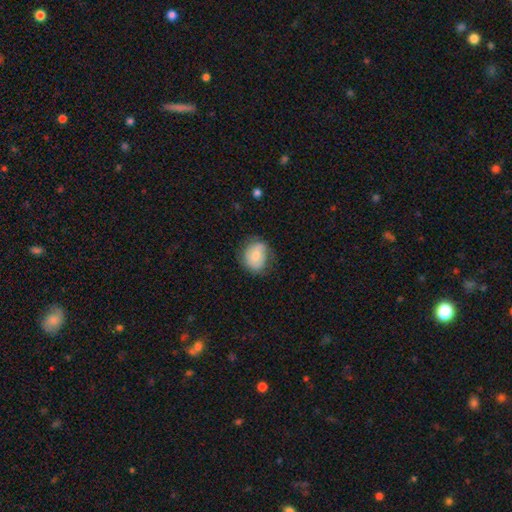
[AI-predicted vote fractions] A smooth galaxy with no disk features (64%) that is round (56%). Merging: none (67%).